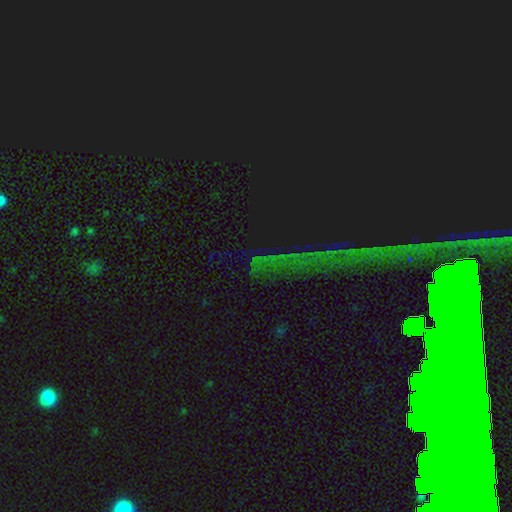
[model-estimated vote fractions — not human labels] Smooth or featured? Predicted: star or artifact (p=0.78).